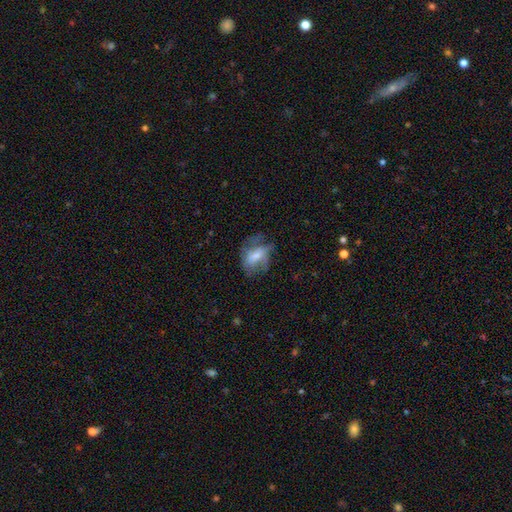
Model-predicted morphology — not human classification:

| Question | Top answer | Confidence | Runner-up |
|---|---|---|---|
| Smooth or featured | featured or disk | 48% | smooth (42%) |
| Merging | none | 43% | major disturbance (29%) |